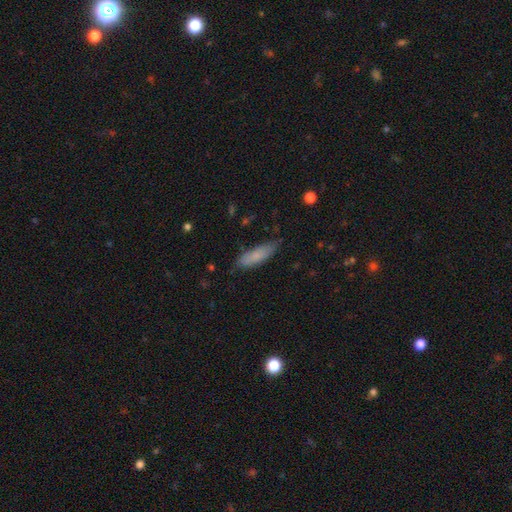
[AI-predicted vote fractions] The model was most divided on "how rounded": cigar-shaped: 55%, in between: 43%, round: 2%. More confident: smooth or featured — smooth (81%); merging — none (74%).